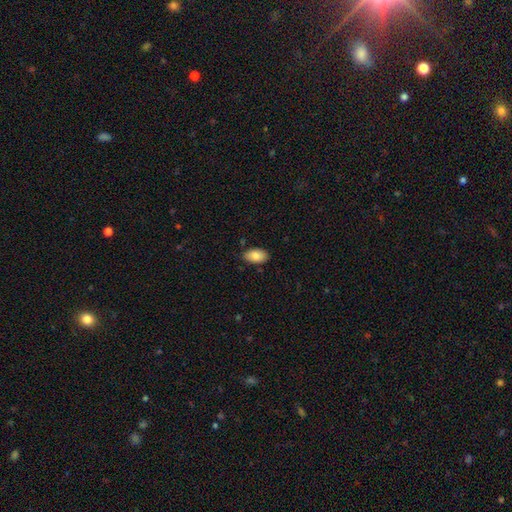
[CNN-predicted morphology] A smooth galaxy with no disk features (85%) that is in between round and cigar-shaped (94%).

Vote fractions:
- Smooth or featured? smooth: 85% / featured or disk: 8% / star or artifact: 7%
- How rounded? in between: 94% / round: 5% / cigar-shaped: 1%
- Merging? none: 83% / minor disturbance: 14% / major disturbance: 2% / merger: 1%